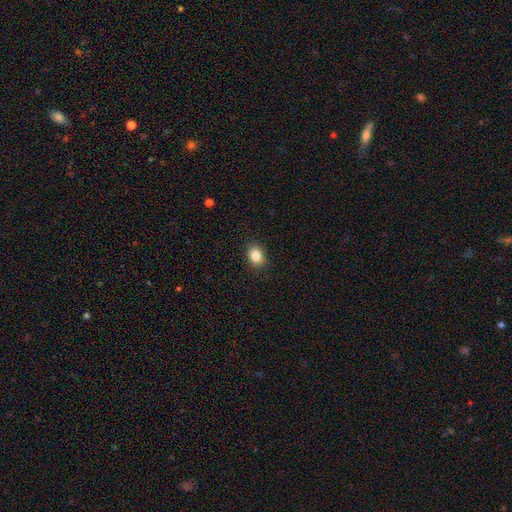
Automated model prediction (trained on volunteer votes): Smooth or featured?
  - smooth: 85% *
  - star or artifact: 10%
  - featured or disk: 5%
How rounded?
  - in between: 56% *
  - round: 43%
  - cigar-shaped: 1%
Merging?
  - none: 88% *
  - minor disturbance: 8%
  - major disturbance: 2%
  - merger: 1%